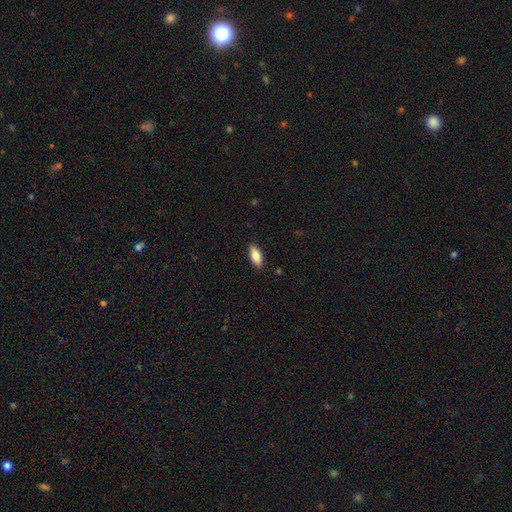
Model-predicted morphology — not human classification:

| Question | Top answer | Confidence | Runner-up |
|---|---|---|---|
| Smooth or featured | smooth | 86% | featured or disk (8%) |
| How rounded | in between | 82% | cigar-shaped (16%) |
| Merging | none | 87% | minor disturbance (10%) |